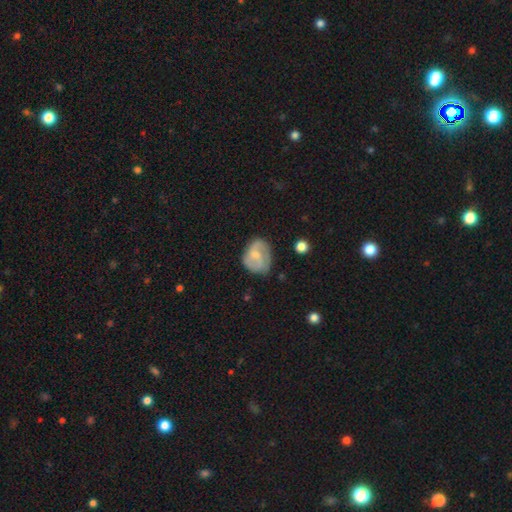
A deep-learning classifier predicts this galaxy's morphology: smooth-or-featured: featured or disk: 52% | smooth: 41% | star or artifact: 7%
  disk-edge-on: no: 97% | yes: 3%
    bar: weak: 46% | no: 44% | strong: 10%
    has-spiral-arms: yes: 77% | no: 23%
    bulge-size: small: 45% | moderate: 36% | none: 15% | large: 3% | dominant: 1%
  merging: none: 58% | minor disturbance: 28% | major disturbance: 12% | merger: 2%